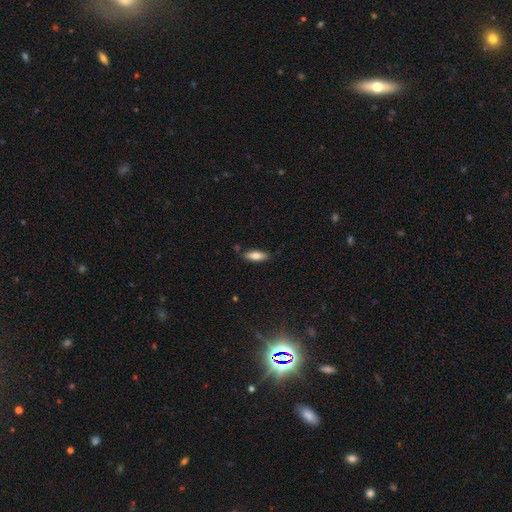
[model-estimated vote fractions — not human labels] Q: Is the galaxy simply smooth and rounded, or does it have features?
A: smooth — 80%.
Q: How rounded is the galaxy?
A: in between — 65%.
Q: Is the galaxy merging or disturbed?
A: none — 83%.